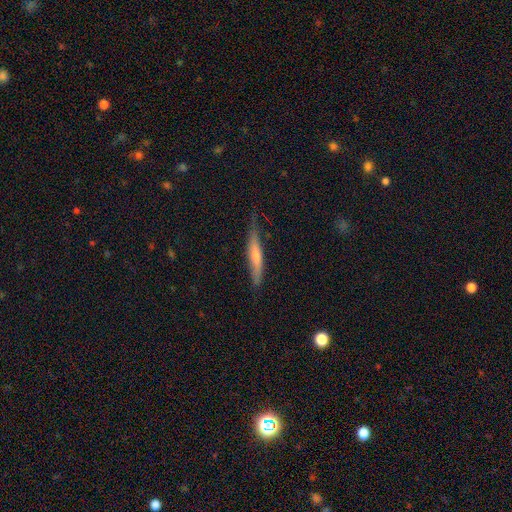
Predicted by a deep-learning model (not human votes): Smooth or featured? smooth (55%)
How rounded? cigar-shaped (92%)
Merging? none (75%)